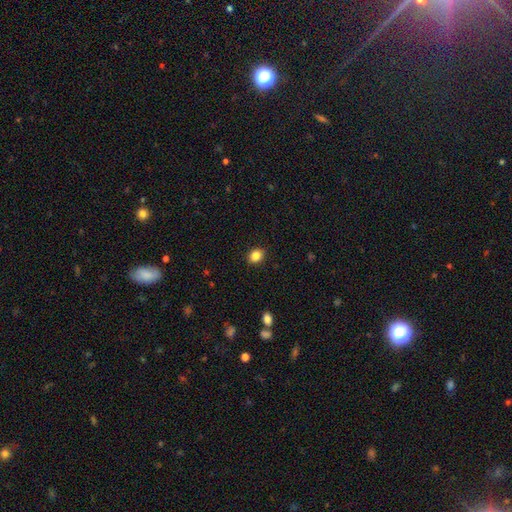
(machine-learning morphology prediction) Smooth or featured? smooth (85%)
How rounded? round (52%)
Merging? none (90%)